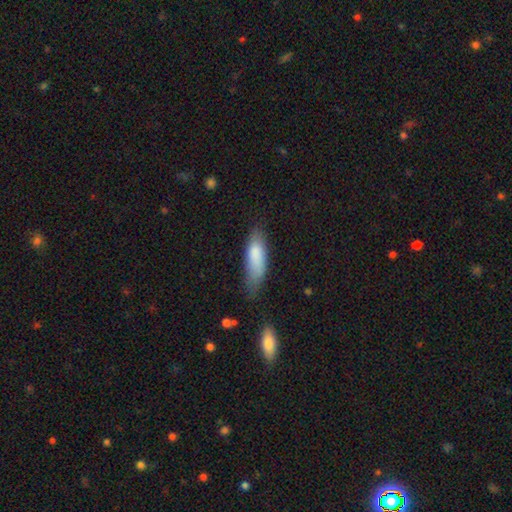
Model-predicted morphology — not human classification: A smooth galaxy with no disk features (82%) that is in between round and cigar-shaped (58%). Merging: none (58%).